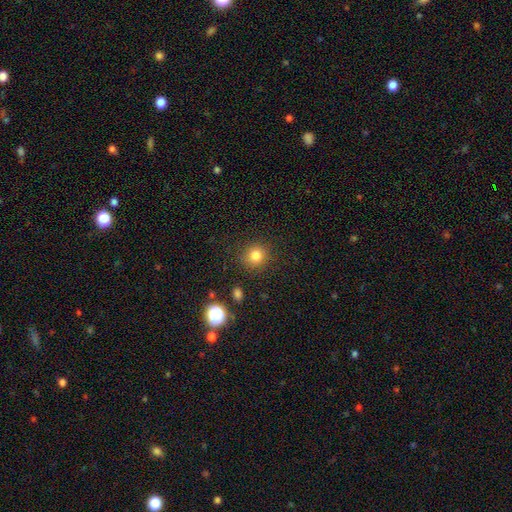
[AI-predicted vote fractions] smooth-or-featured: smooth: 81% | star or artifact: 13% | featured or disk: 6%
  how-rounded: round: 89% | in between: 10% | cigar-shaped: 1%
  merging: none: 87% | minor disturbance: 8% | major disturbance: 3% | merger: 2%